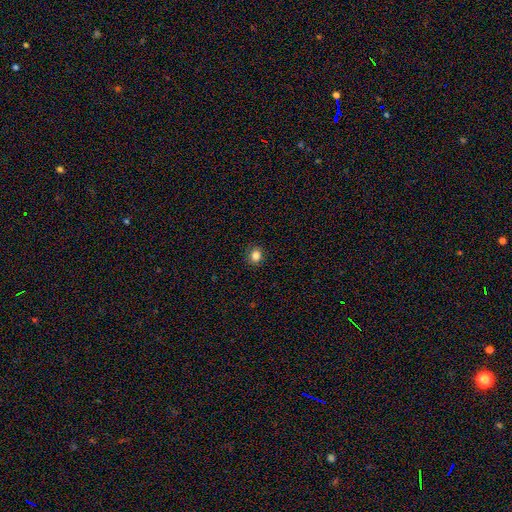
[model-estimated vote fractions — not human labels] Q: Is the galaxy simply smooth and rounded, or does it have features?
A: smooth — 84%.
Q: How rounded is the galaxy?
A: round — 76%.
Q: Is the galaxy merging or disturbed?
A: none — 90%.